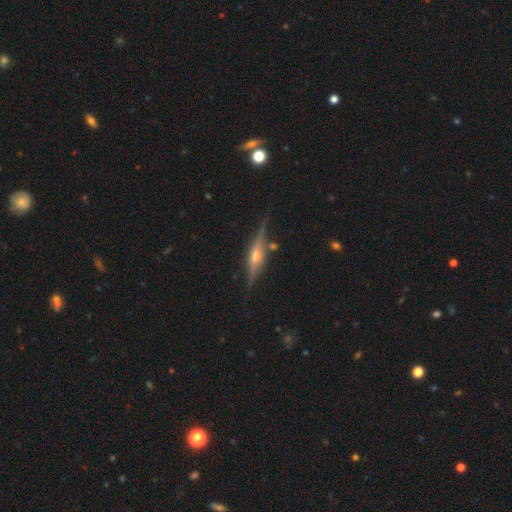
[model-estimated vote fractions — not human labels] smooth-or-featured: featured or disk: 81% | smooth: 12% | star or artifact: 7%
  disk-edge-on: yes: 97% | no: 3%
    edge-on-bulge: rounded: 87% | boxy: 8% | none: 5%
  merging: none: 85% | minor disturbance: 10% | merger: 3% | major disturbance: 2%